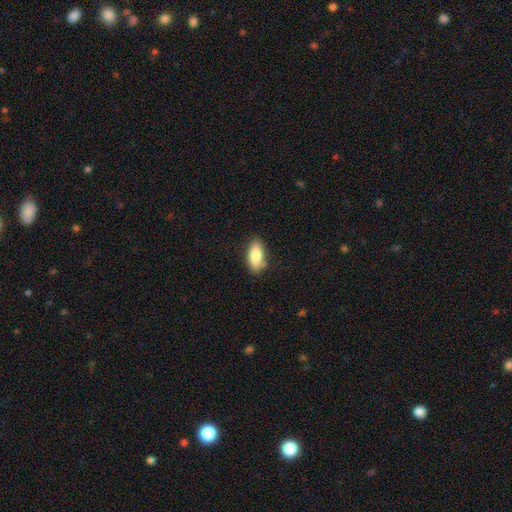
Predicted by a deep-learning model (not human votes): A smooth galaxy with no disk features (83%) that is in between round and cigar-shaped (83%). Merging: none (79%).